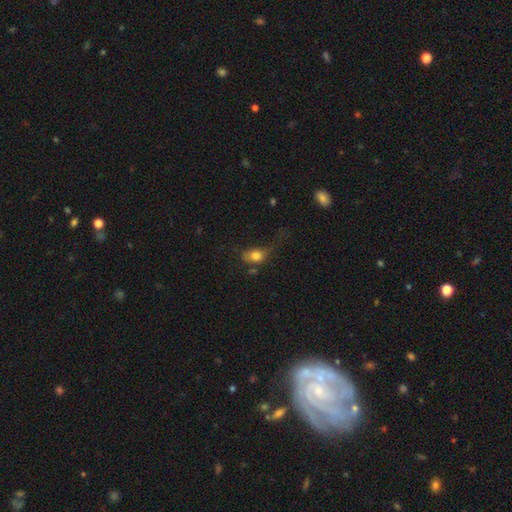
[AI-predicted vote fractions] This appears to be a smooth galaxy with no disk features (78%) that is in between round and cigar-shaped (71%). Merging: major disturbance (33%, tied with none).